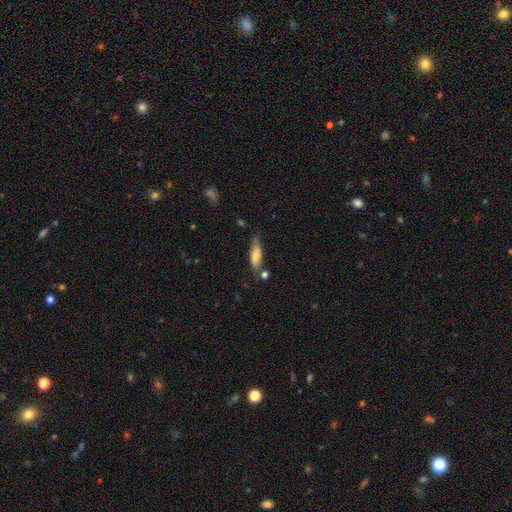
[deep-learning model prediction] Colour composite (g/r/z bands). It shows a smooth galaxy with no disk features (75%) that is cigar-shaped (53%). Merging: none (54%).